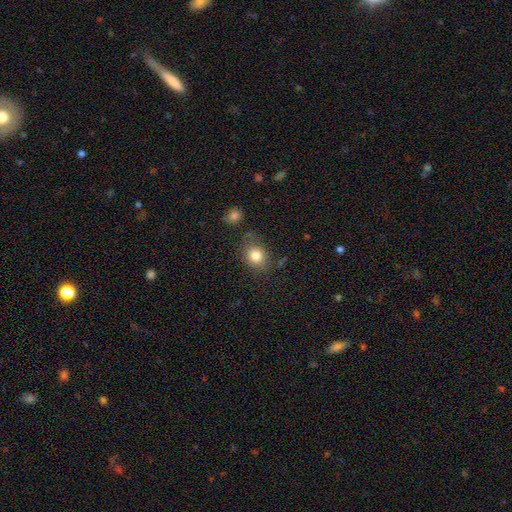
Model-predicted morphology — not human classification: smooth 82%, star or artifact 10%, featured or disk 8%. Down the decision tree: how rounded — round (57%); merging — none (70%).